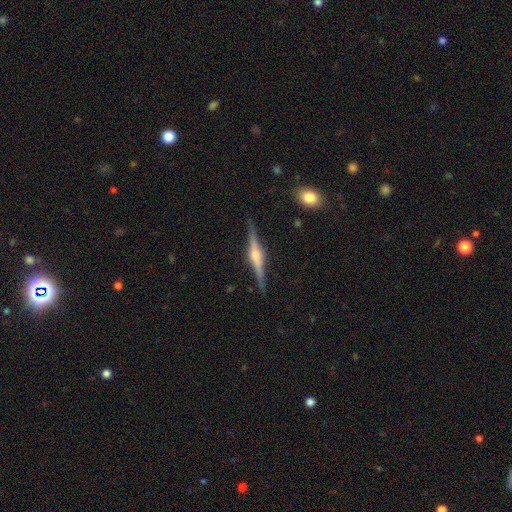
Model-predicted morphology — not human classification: A featured or disk galaxy (81%) viewed edge-on (98%) with a rounded central bulge (79%). Merging: none (88%).